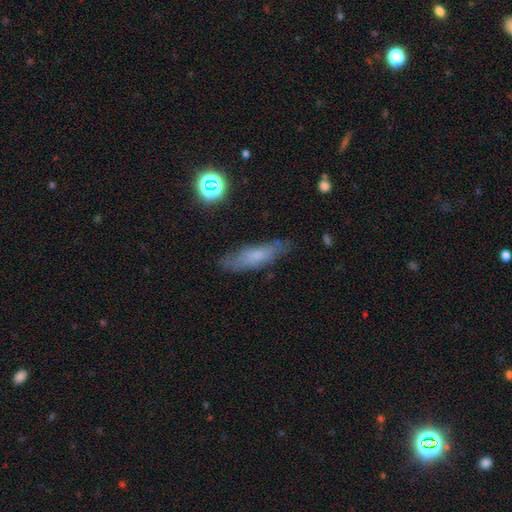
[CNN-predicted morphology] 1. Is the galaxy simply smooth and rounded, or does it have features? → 59% smooth, 31% featured or disk, 11% star or artifact.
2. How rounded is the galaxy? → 63% cigar-shaped, 34% in between, 3% round.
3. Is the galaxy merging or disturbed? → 76% none, 17% minor disturbance, 5% major disturbance, 2% merger.